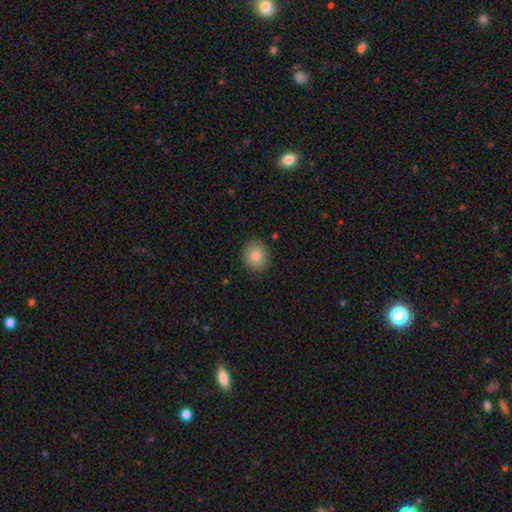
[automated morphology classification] Smooth or featured?
  - smooth: 83% *
  - star or artifact: 9%
  - featured or disk: 8%
How rounded?
  - round: 69% *
  - in between: 30%
  - cigar-shaped: 1%
Merging?
  - none: 88% *
  - minor disturbance: 8%
  - major disturbance: 2%
  - merger: 1%